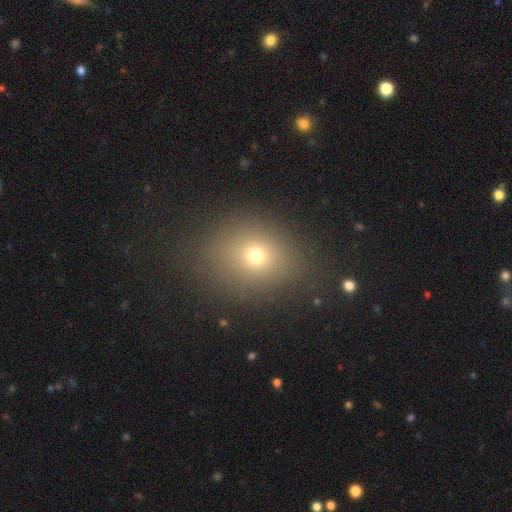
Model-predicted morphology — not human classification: Smooth or featured: smooth — 68% (star or artifact — 20%)
How rounded: round — 56% (in between — 43%)
Merging: none — 82% (minor disturbance — 11%)